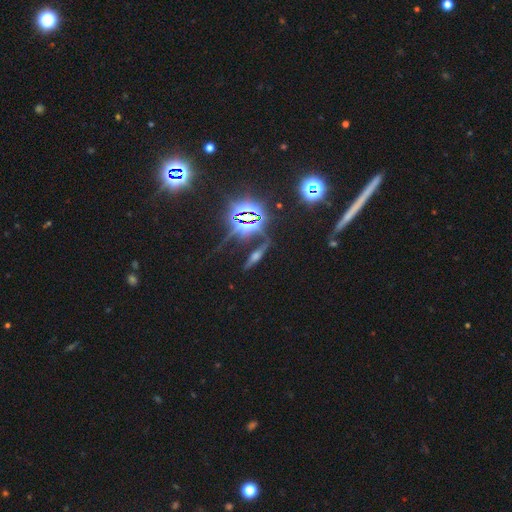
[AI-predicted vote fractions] Morphology: type=featured or disk (42%); merging=none (77%).